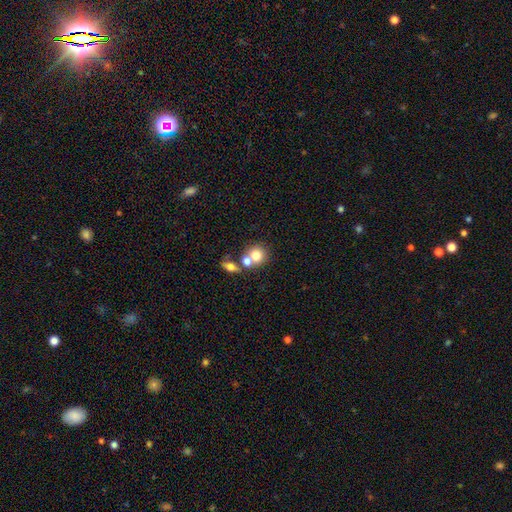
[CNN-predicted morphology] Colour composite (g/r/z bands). It shows a smooth galaxy with no disk features (74%) that is round (80%). Merging: merger (46%).